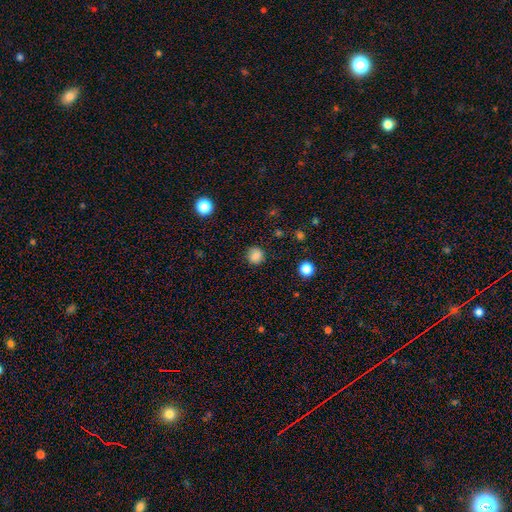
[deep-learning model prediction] Smooth or featured? smooth (82%)
How rounded? round (90%)
Merging? none (82%)